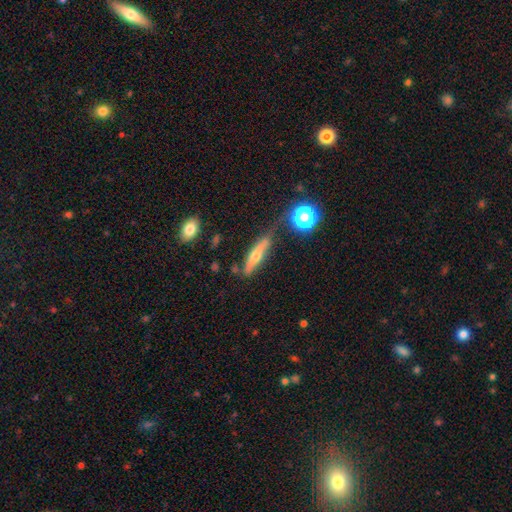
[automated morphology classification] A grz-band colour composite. It shows a featured or disk galaxy (52%) viewed edge-on (85%). Merging: none (58%).